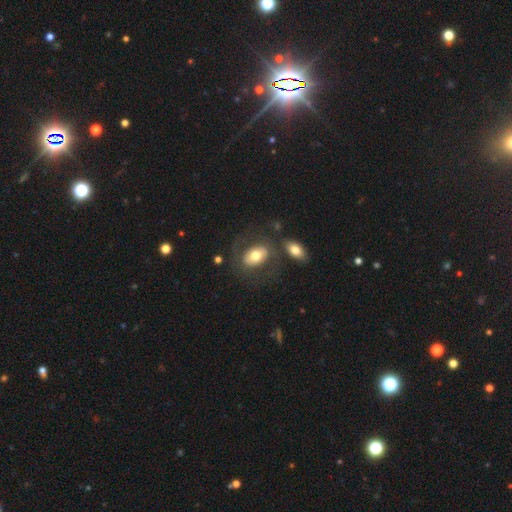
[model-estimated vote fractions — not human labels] Smooth or featured? Predicted: smooth (p=0.58). How rounded? Predicted: in between (p=0.82). Merging? Predicted: none (p=0.64).